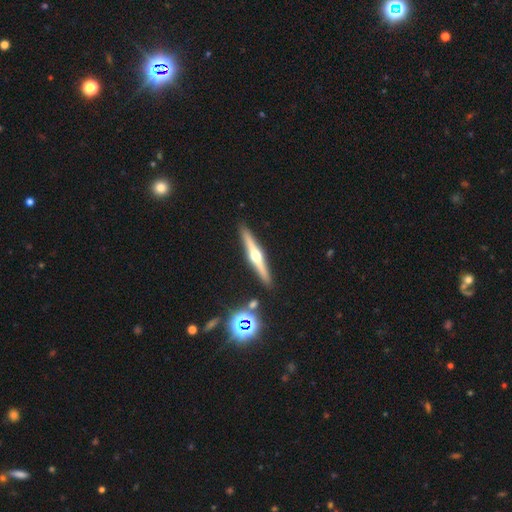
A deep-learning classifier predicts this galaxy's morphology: The model was most divided on "smooth or featured": featured or disk: 76%, smooth: 18%, star or artifact: 6%. More confident: edge-on disk — yes (98%); edge-on bulge — rounded (95%); merging — none (91%).